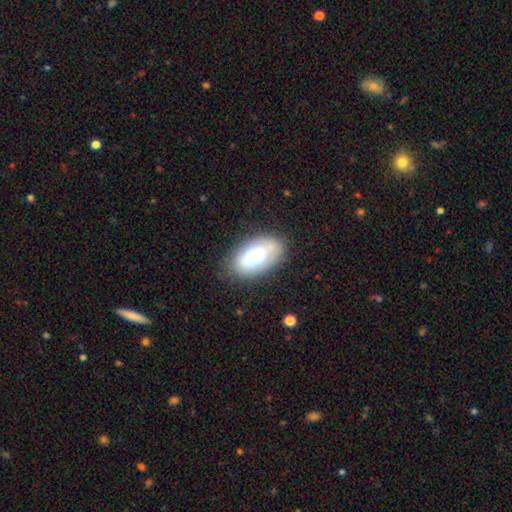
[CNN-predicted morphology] Smooth or featured?
  - smooth: 67% *
  - featured or disk: 26%
  - star or artifact: 7%
How rounded?
  - in between: 93% *
  - round: 5%
  - cigar-shaped: 2%
Merging?
  - none: 78% *
  - minor disturbance: 16%
  - major disturbance: 5%
  - merger: 1%